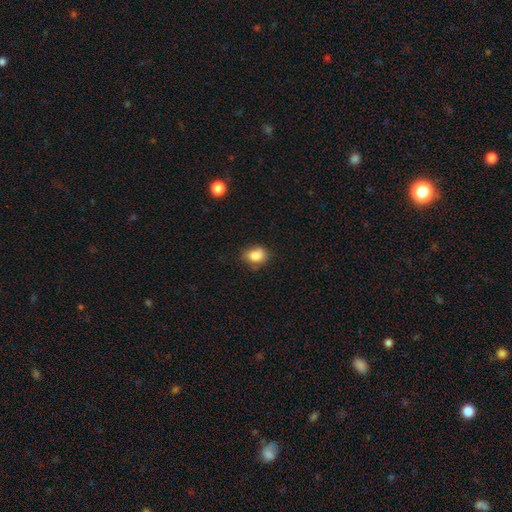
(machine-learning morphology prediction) smooth 79%, featured or disk 11%, star or artifact 10%. Down the decision tree: how rounded — round (50%); merging — none (58%).